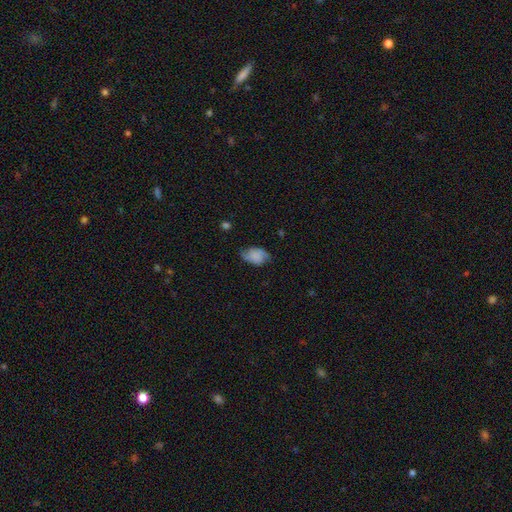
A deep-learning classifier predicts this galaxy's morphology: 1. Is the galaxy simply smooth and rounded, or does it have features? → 47% featured or disk, 43% smooth, 10% star or artifact.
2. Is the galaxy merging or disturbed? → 68% none, 23% minor disturbance, 8% major disturbance, 2% merger.